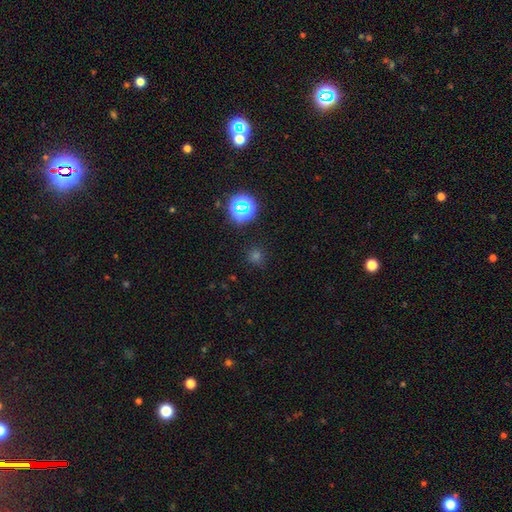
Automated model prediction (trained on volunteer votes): The model was most divided on "smooth or featured": smooth: 54%, star or artifact: 40%, featured or disk: 6%. More confident: how rounded — round (93%); merging — none (87%).